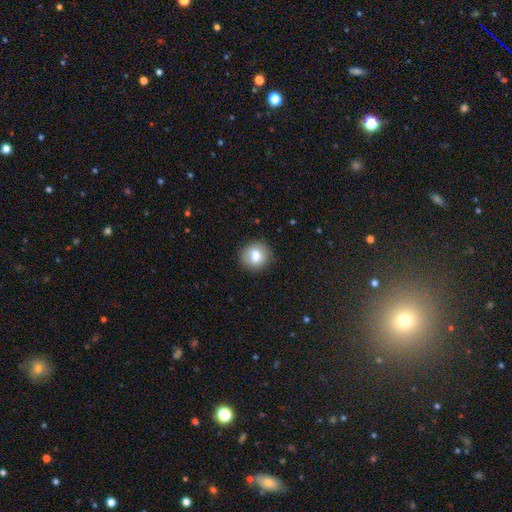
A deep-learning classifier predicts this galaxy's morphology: Smooth or featured? smooth (79%)
How rounded? round (80%)
Merging? none (84%)